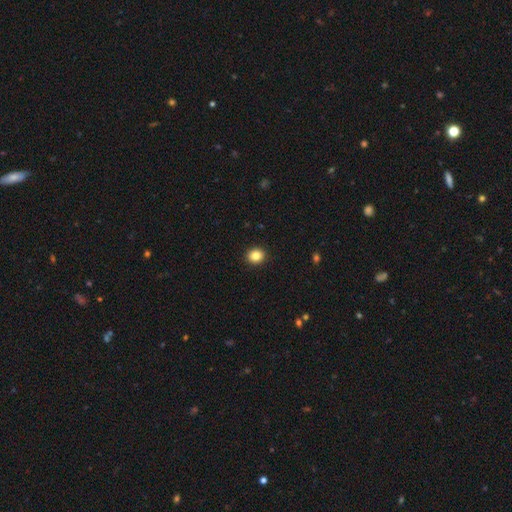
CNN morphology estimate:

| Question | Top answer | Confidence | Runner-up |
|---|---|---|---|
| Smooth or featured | smooth | 86% | star or artifact (10%) |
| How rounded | round | 78% | in between (21%) |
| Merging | none | 92% | minor disturbance (5%) |